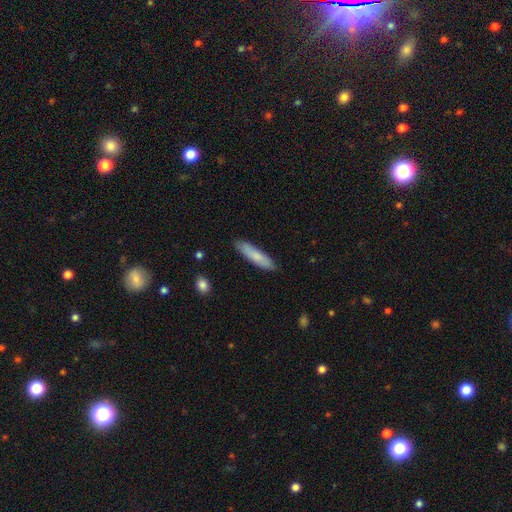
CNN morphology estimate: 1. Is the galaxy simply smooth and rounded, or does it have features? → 78% smooth, 16% featured or disk, 6% star or artifact.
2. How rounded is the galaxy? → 79% cigar-shaped, 20% in between, 1% round.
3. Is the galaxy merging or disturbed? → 87% none, 10% minor disturbance, 2% major disturbance, 1% merger.